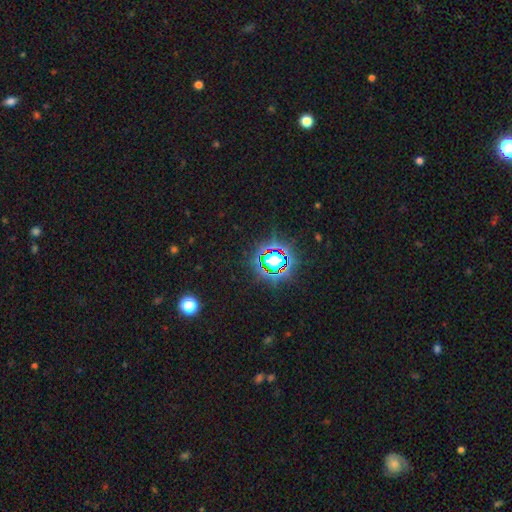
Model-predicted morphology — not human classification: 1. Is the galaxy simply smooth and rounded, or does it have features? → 83% star or artifact, 11% smooth, 6% featured or disk.